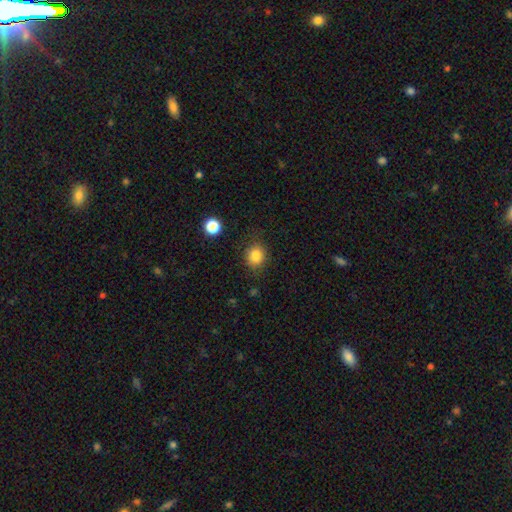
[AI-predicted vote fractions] Smooth or featured?
  - smooth: 83% *
  - star or artifact: 11%
  - featured or disk: 6%
How rounded?
  - round: 70% *
  - in between: 29%
  - cigar-shaped: 1%
Merging?
  - none: 83% *
  - minor disturbance: 12%
  - major disturbance: 4%
  - merger: 2%